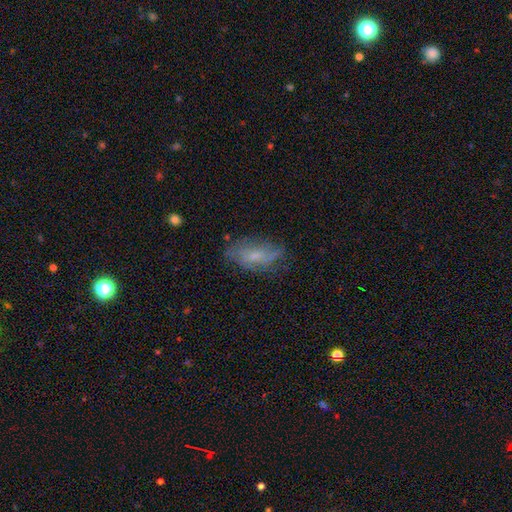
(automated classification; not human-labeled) The model was most divided on "smooth or featured" (2-way tie): smooth: 45%, featured or disk: 45%, star or artifact: 10%. More confident: merging — none (60%).